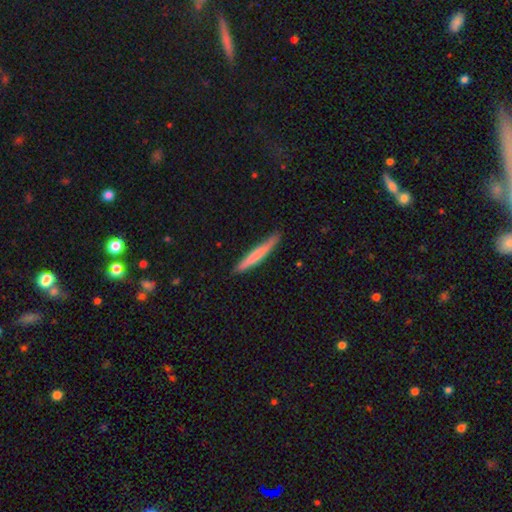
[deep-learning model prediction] Smooth or featured?
  - smooth: 70% *
  - featured or disk: 25%
  - star or artifact: 5%
How rounded?
  - cigar-shaped: 96% *
  - in between: 3%
  - round: 1%
Merging?
  - none: 84% *
  - minor disturbance: 12%
  - major disturbance: 2%
  - merger: 1%